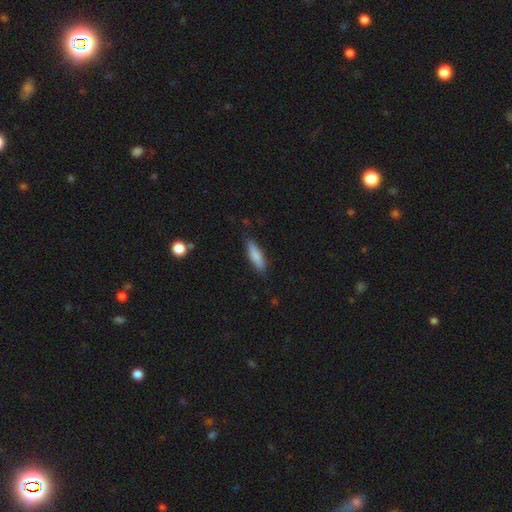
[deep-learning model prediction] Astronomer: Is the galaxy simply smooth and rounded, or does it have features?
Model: smooth — 83%.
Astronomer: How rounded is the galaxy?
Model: cigar-shaped — 63%.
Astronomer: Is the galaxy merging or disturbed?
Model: none — 85%.